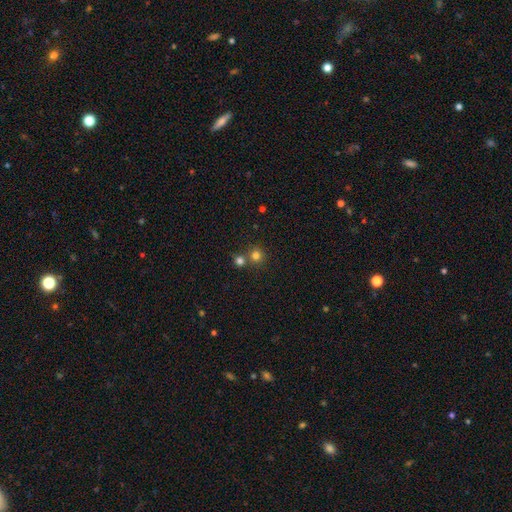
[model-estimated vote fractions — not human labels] A smooth galaxy with no disk features (77%) that is round (92%).

Vote fractions:
- Smooth or featured? smooth: 77% / star or artifact: 16% / featured or disk: 7%
- How rounded? round: 92% / in between: 7% / cigar-shaped: 1%
- Merging? none: 65% / merger: 27% / minor disturbance: 6% / major disturbance: 2%